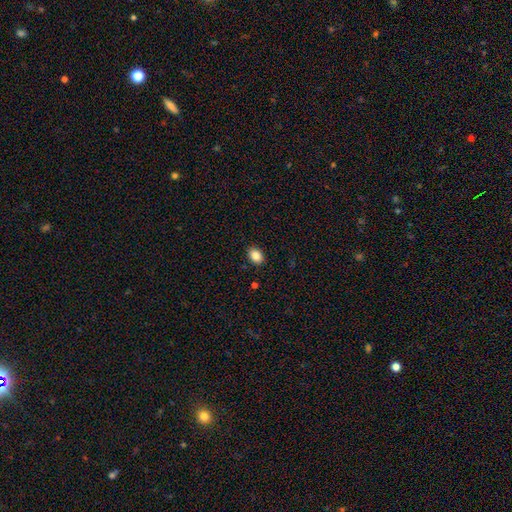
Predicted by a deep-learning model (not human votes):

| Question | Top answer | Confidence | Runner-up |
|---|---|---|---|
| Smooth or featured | smooth | 86% | star or artifact (9%) |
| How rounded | in between | 73% | round (26%) |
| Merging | none | 89% | minor disturbance (7%) |